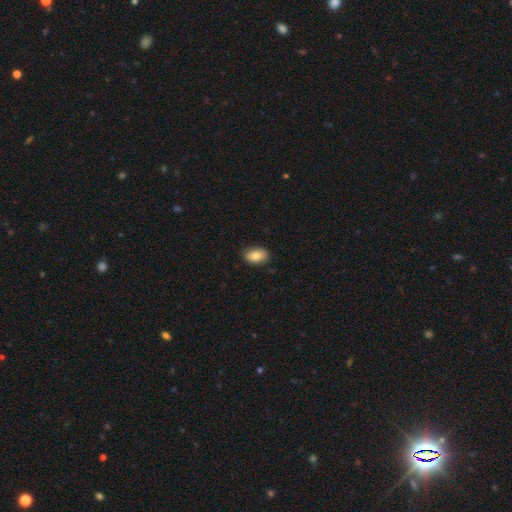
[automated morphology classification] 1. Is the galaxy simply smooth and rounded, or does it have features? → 84% smooth, 9% featured or disk, 7% star or artifact.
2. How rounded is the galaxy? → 90% in between, 9% round, 2% cigar-shaped.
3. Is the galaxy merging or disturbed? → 86% none, 11% minor disturbance, 2% major disturbance, 1% merger.